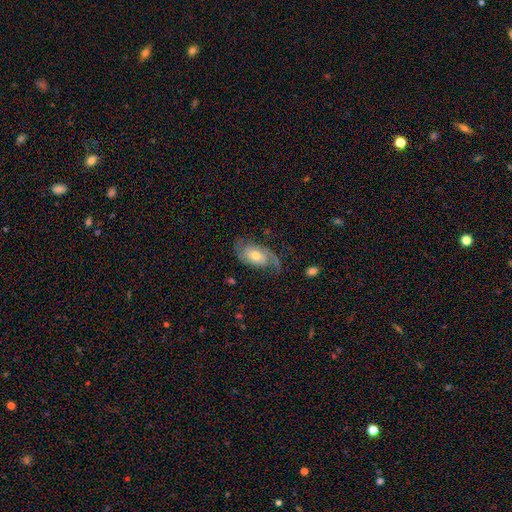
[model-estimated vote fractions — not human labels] A featured or disk galaxy (77%) with no bar (68%), 2 (79%) medium (43%) spiral arms (93%) and a moderate central bulge (61%). Merging: none (67%).